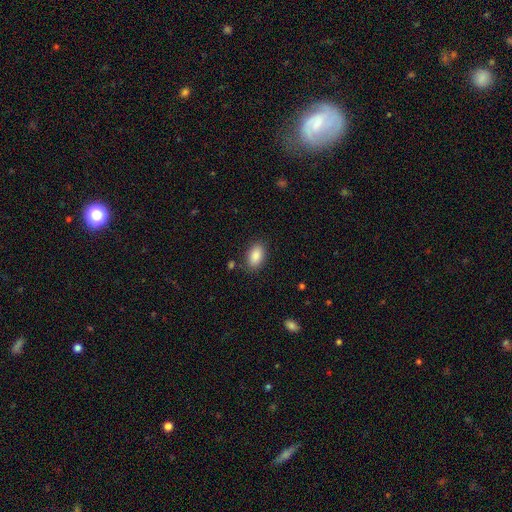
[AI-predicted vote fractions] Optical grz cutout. It shows a smooth galaxy with no disk features (88%) that is in between round and cigar-shaped (92%). Merging: none (84%).